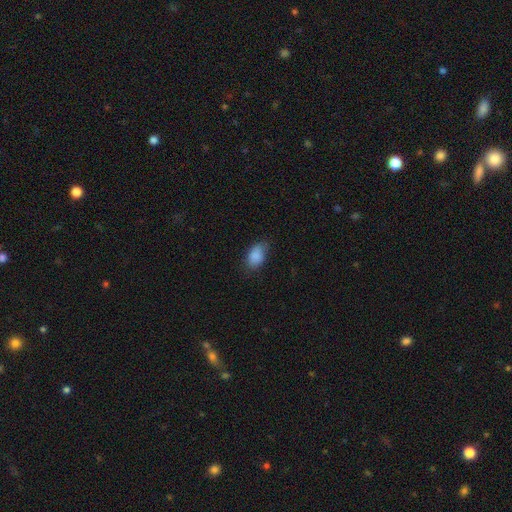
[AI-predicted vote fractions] This is clearly a smooth galaxy (87%). How rounded: clearly in between (89%). Merging: likely none (68%).